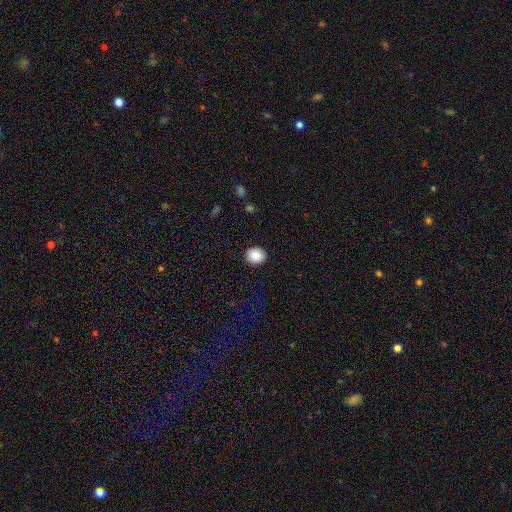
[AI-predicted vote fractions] Smooth or featured? smooth (83%)
How rounded? round (79%)
Merging? none (92%)